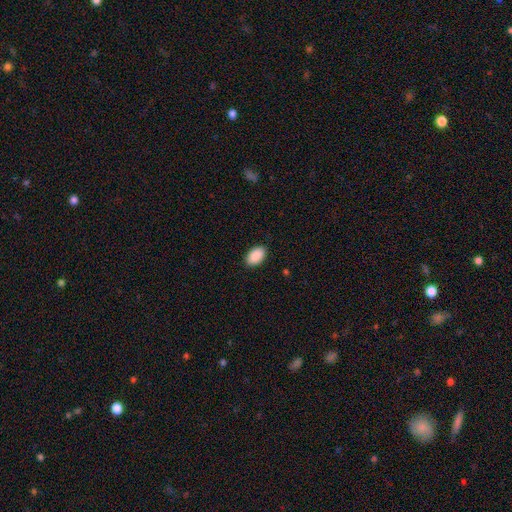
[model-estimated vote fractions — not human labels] Q: Smooth or featured?
A: smooth (91%); runner-up: star or artifact (7%)
Q: How rounded?
A: in between (93%); runner-up: round (6%)
Q: Merging?
A: none (89%); runner-up: minor disturbance (8%)